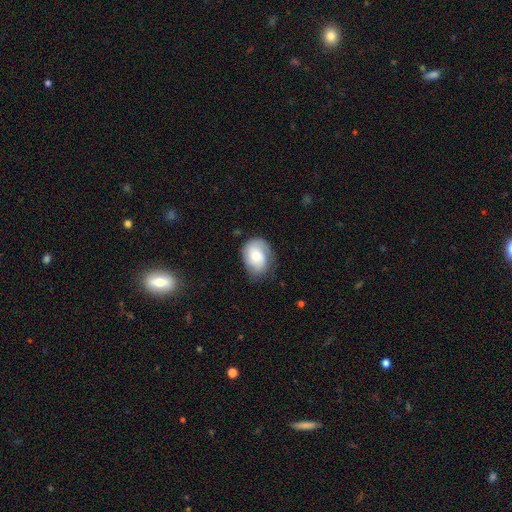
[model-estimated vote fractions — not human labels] This is possibly a smooth galaxy (51%). How rounded: likely in between (64%). Merging: likely none (64%).